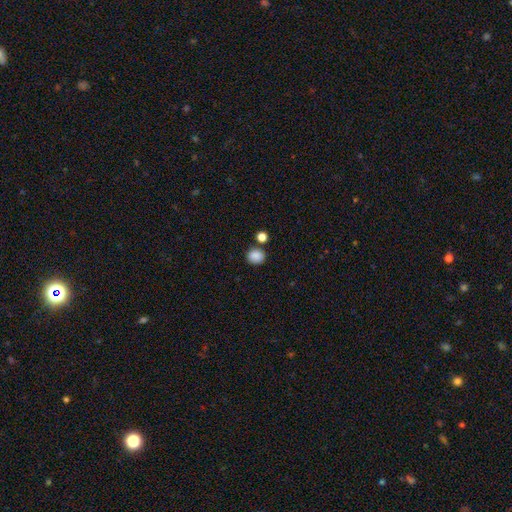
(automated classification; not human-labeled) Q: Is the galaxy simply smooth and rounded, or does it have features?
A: smooth — 87%.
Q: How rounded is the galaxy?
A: round — 73%.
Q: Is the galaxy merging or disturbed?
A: none — 79%.